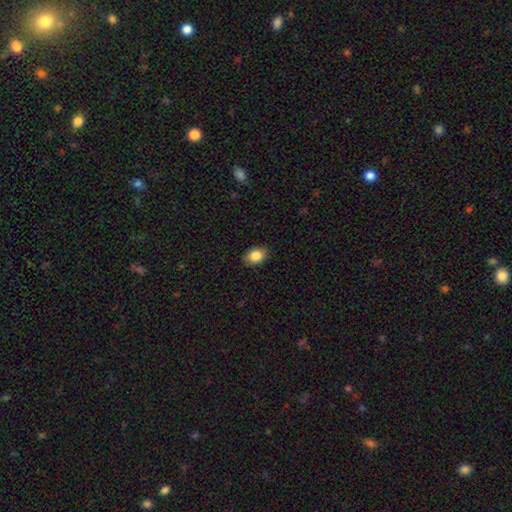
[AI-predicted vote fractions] Smooth or featured: smooth — 86% (star or artifact — 8%)
How rounded: in between — 78% (round — 21%)
Merging: none — 87% (minor disturbance — 10%)